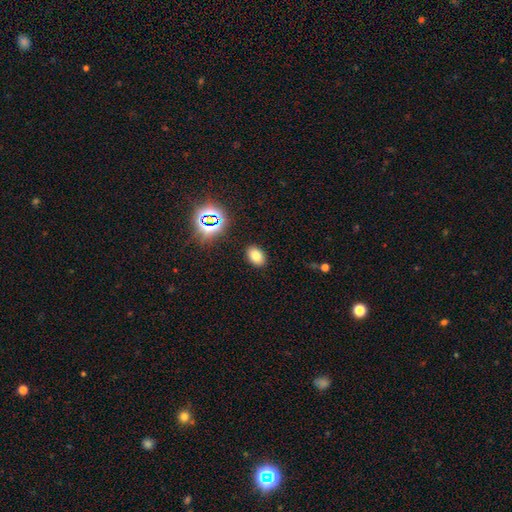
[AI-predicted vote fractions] This is likely a smooth galaxy (75%). How rounded: clearly in between (80%). Merging: clearly none (89%).